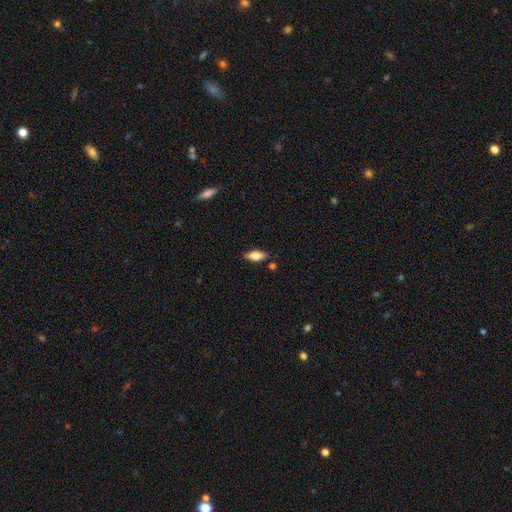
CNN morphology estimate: This appears to be a smooth galaxy with no disk features (81%) that is in between round and cigar-shaped (80%). Merging: none (82%).